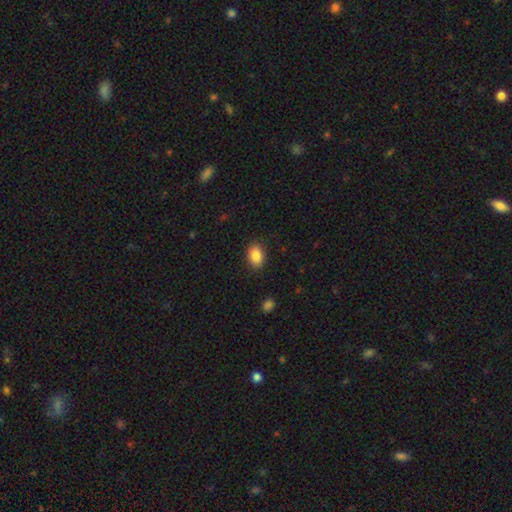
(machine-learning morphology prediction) A smooth galaxy with no disk features (86%) that is in between round and cigar-shaped (84%). Merging: none (88%).